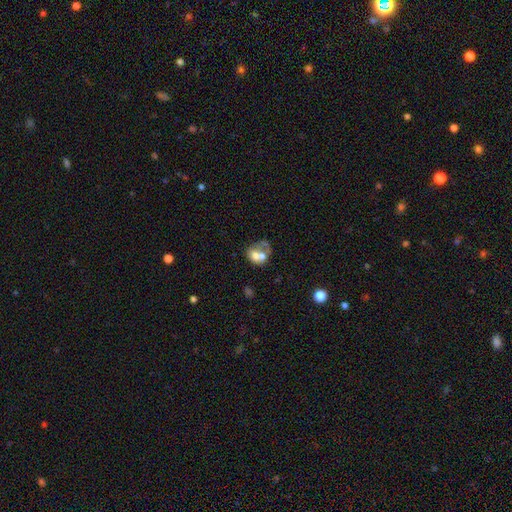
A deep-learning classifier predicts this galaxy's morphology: type=smooth (53%); roundness=round (50%); merging=merger (60%).